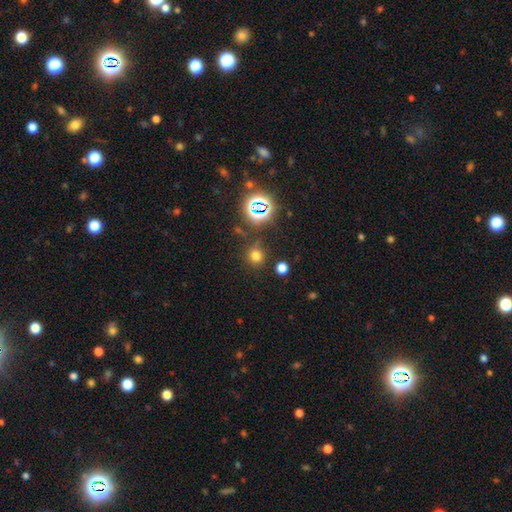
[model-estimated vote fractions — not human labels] This is likely a smooth galaxy (66%). How rounded: clearly round (89%). Merging: likely none (79%).